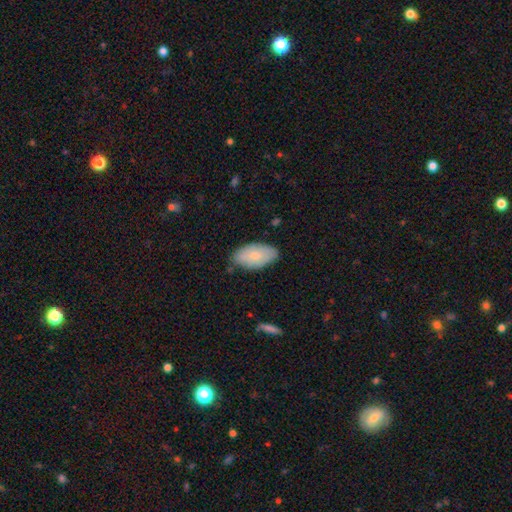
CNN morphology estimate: A smooth galaxy with no disk features (77%) that is in between round and cigar-shaped (95%).

Vote fractions:
- Smooth or featured? smooth: 77% / featured or disk: 17% / star or artifact: 6%
- How rounded? in between: 95% / round: 3% / cigar-shaped: 2%
- Merging? none: 75% / minor disturbance: 20% / major disturbance: 3% / merger: 2%